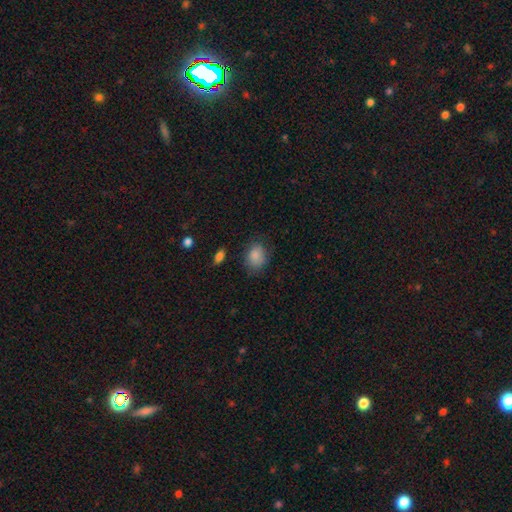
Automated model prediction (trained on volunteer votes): This appears to be a smooth galaxy with no disk features (87%) that is in between round and cigar-shaped (60%). Merging: none (75%).